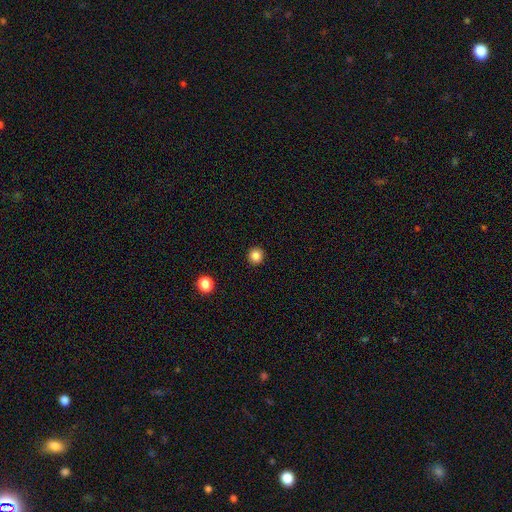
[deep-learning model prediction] Morphology: type=smooth (84%); roundness=round (92%); merging=none (93%).